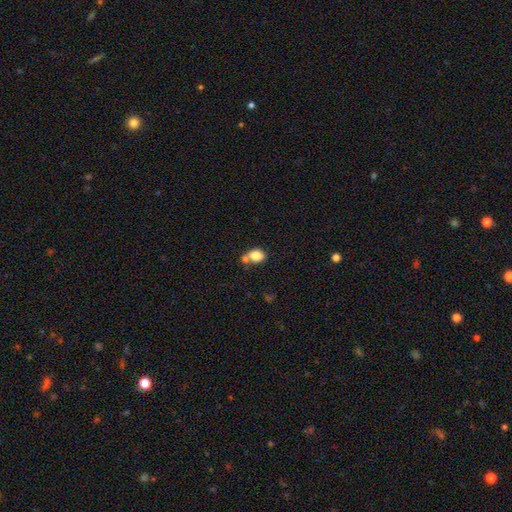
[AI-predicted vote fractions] Smooth or featured? smooth (80%)
How rounded? in between (66%)
Merging? none (46%)